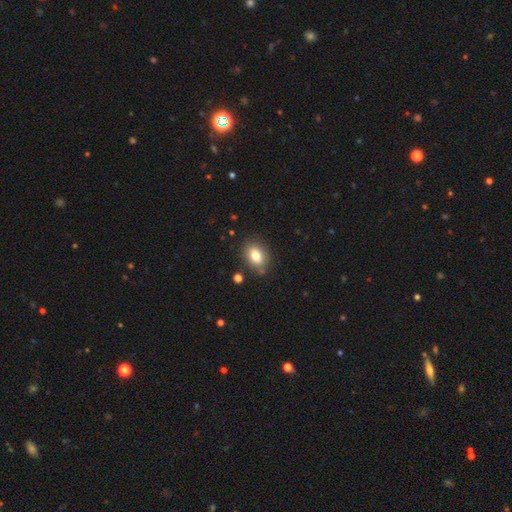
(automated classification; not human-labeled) Smooth or featured? Predicted: smooth (p=0.79). How rounded? Predicted: in between (p=0.76). Merging? Predicted: none (p=0.80).